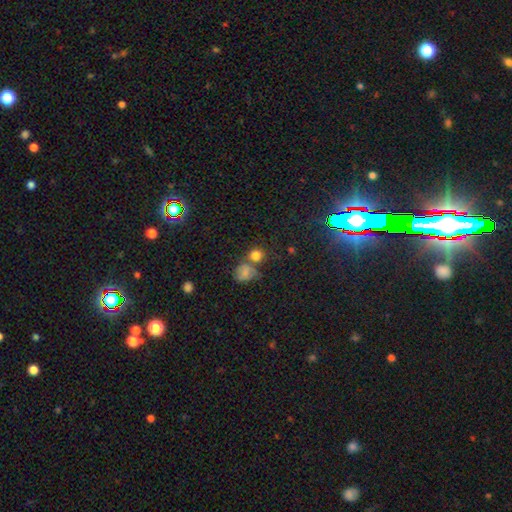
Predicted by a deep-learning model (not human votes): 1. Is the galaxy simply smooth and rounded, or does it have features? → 76% smooth, 16% star or artifact, 8% featured or disk.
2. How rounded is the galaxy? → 82% round, 17% in between, 1% cigar-shaped.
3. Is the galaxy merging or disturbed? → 54% none, 30% merger, 10% minor disturbance, 5% major disturbance.